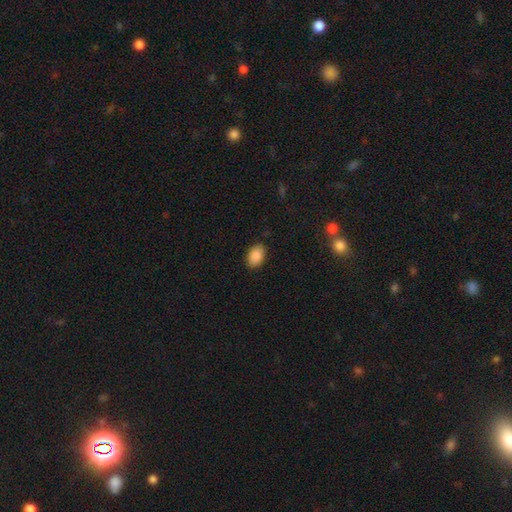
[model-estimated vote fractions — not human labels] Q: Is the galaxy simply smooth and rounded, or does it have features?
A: smooth — 88%.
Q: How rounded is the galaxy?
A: in between — 88%.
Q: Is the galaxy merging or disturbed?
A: none — 87%.